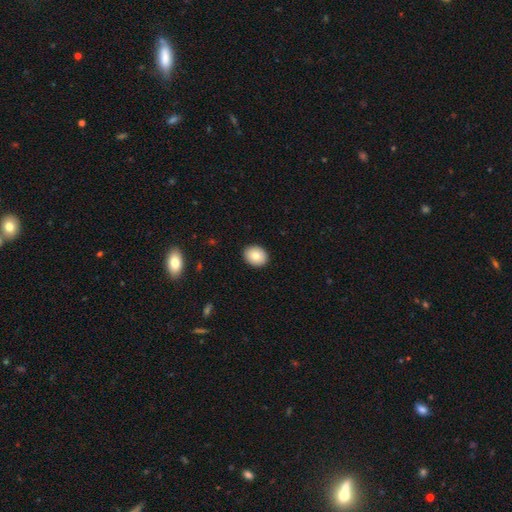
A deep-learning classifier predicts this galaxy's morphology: Overall: smooth (80%). How rounded: in between (51%; round 48%). Merging: none (91%).